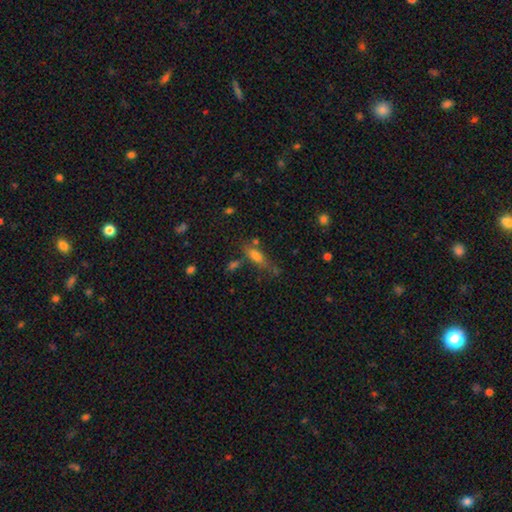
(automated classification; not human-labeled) Overall: smooth (69%). How rounded: in between (60%; cigar-shaped 36%). Merging: none (57%; minor disturbance 21%).